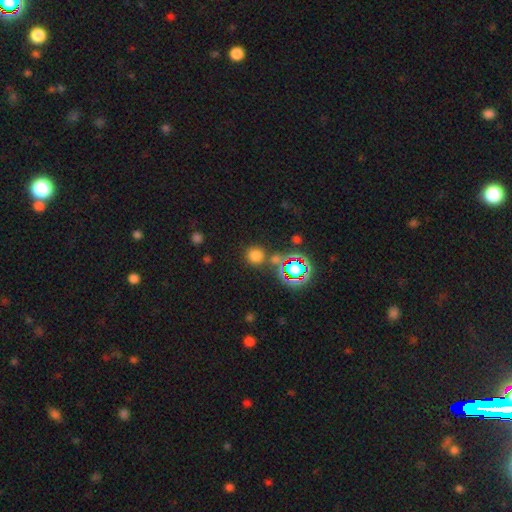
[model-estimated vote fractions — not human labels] The model was most divided on "smooth or featured": smooth: 71%, star or artifact: 23%, featured or disk: 6%. More confident: how rounded — round (93%); merging — none (78%).